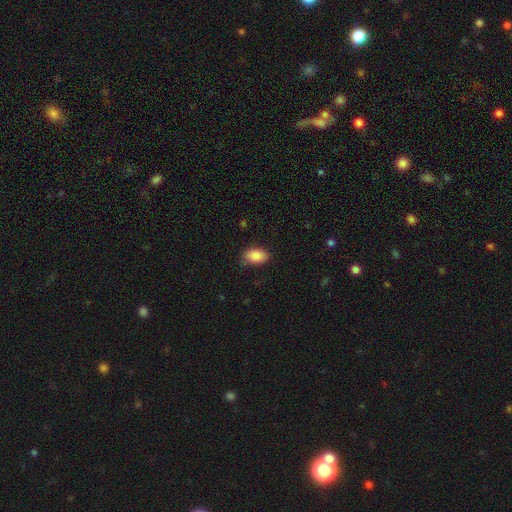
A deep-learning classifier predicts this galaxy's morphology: smooth-or-featured: smooth: 87% | star or artifact: 8% | featured or disk: 5%
  how-rounded: in between: 90% | round: 8% | cigar-shaped: 2%
  merging: none: 77% | minor disturbance: 18% | major disturbance: 3% | merger: 1%